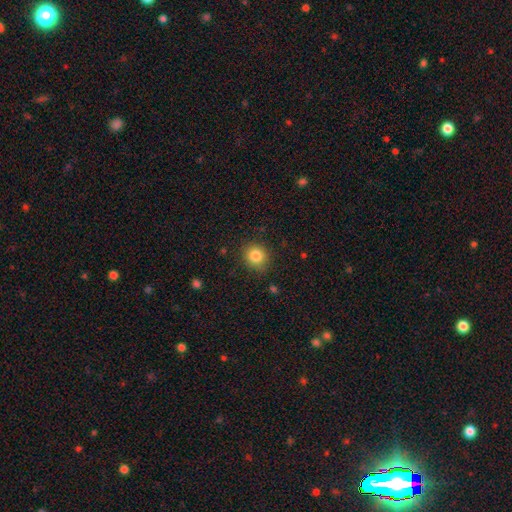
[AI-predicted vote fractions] The model was most divided on "how rounded": round: 83%, in between: 16%, cigar-shaped: 1%. More confident: merging — none (87%); smooth or featured — smooth (84%).